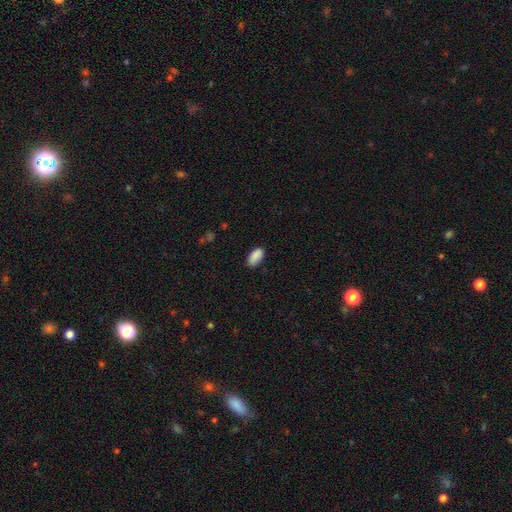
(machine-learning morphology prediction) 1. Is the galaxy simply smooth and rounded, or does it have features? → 89% smooth, 7% star or artifact, 4% featured or disk.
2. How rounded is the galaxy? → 94% in between, 3% cigar-shaped, 3% round.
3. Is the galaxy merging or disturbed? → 83% none, 13% minor disturbance, 2% major disturbance, 1% merger.